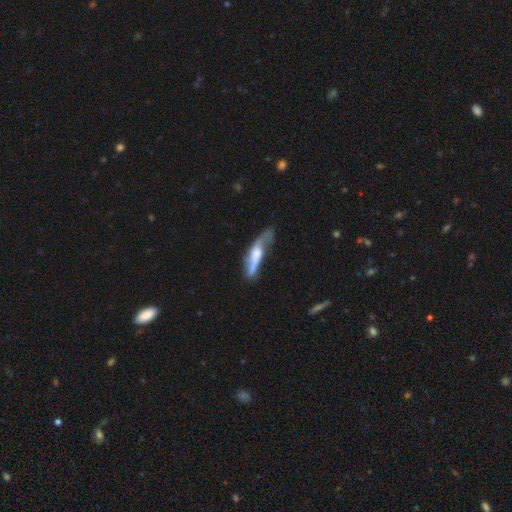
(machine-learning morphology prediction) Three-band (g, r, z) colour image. It shows a featured or disk galaxy (52%). Merging: none (39%).